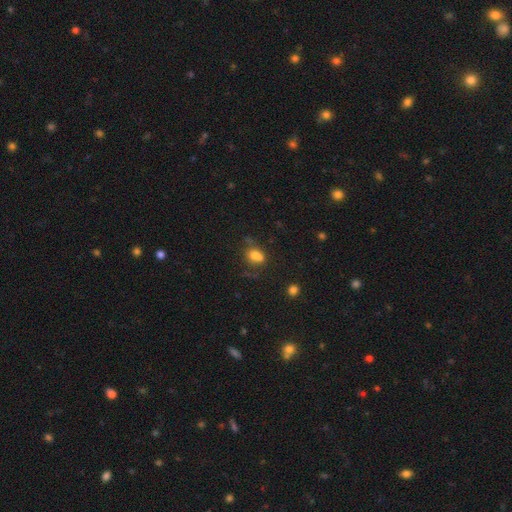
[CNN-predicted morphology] smooth 75%, star or artifact 14%, featured or disk 12%. Down the decision tree: how rounded — in between (72%); merging — none (48%).